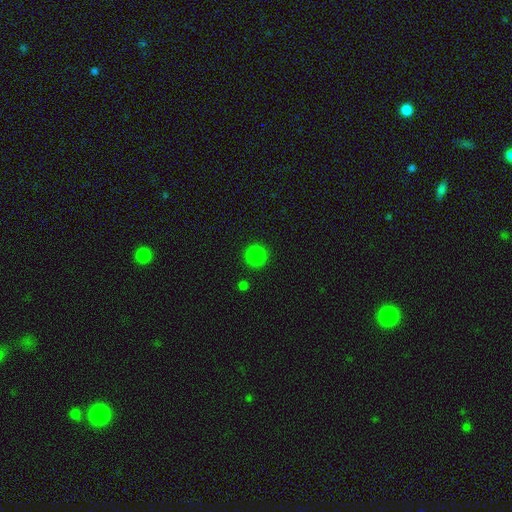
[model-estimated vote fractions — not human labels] Smooth or featured: smooth — 85% (star or artifact — 12%)
How rounded: round — 94% (in between — 5%)
Merging: none — 91% (minor disturbance — 5%)